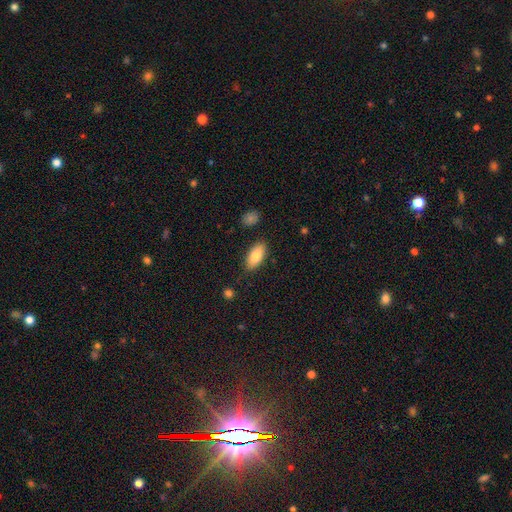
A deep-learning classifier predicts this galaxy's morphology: Q: Smooth or featured?
A: smooth (83%); runner-up: featured or disk (11%)
Q: How rounded?
A: in between (90%); runner-up: cigar-shaped (7%)
Q: Merging?
A: none (85%); runner-up: minor disturbance (11%)